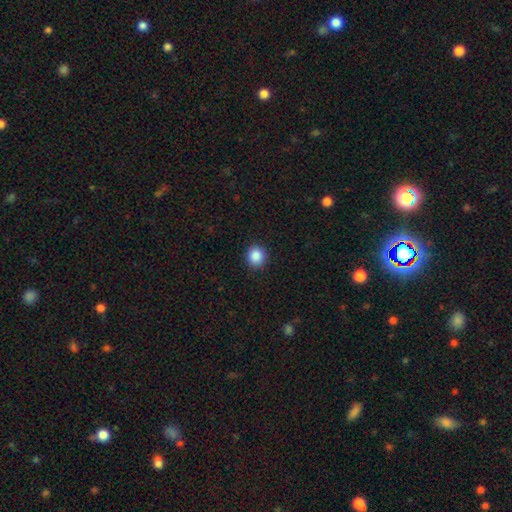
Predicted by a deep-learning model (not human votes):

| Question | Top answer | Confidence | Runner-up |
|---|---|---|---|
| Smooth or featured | smooth | 88% | star or artifact (9%) |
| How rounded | round | 87% | in between (12%) |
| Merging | none | 91% | minor disturbance (6%) |